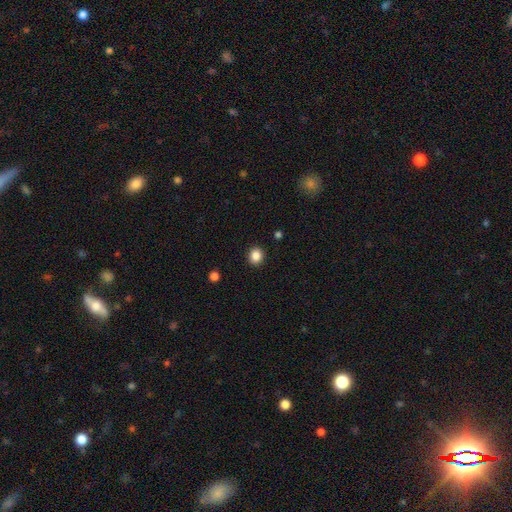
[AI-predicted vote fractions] smooth-or-featured: smooth: 86% | star or artifact: 10% | featured or disk: 4%
  how-rounded: round: 76% | in between: 23% | cigar-shaped: 1%
  merging: none: 92% | minor disturbance: 5% | major disturbance: 2% | merger: 1%